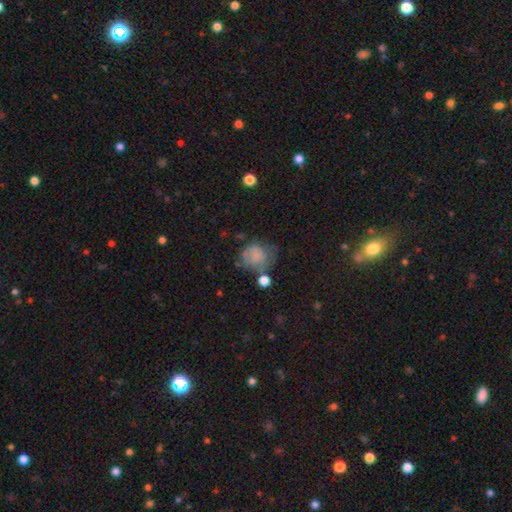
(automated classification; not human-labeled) Smooth or featured? Predicted: smooth (p=0.69). How rounded? Predicted: round (p=0.66). Merging? Predicted: none (p=0.38).